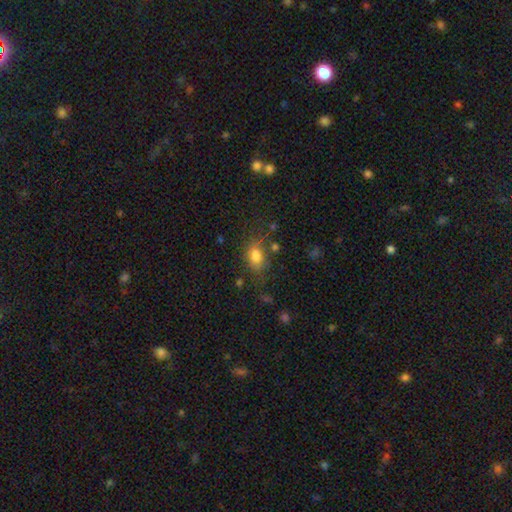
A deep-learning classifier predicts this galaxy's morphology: Smooth or featured? Predicted: smooth (p=0.81). How rounded? Predicted: in between (p=0.75). Merging? Predicted: none (p=0.62).